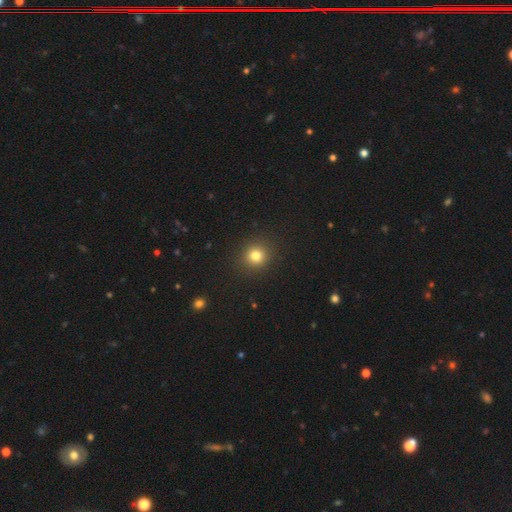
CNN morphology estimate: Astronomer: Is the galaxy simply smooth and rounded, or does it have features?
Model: smooth — 80%.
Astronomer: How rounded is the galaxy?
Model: round — 90%.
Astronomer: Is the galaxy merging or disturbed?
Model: none — 91%.